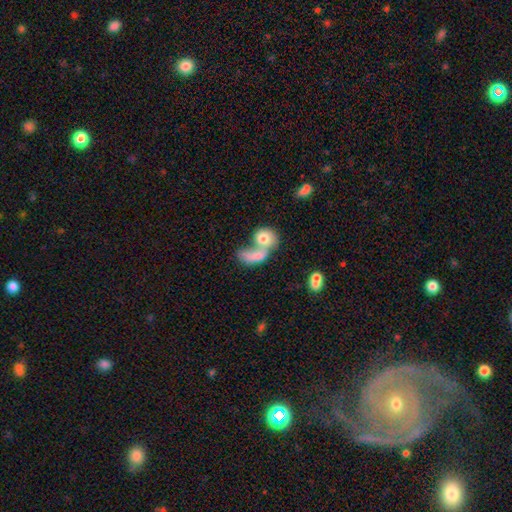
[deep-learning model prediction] Morphology: type=smooth (70%); roundness=in between (62%); merging=merger (67%).